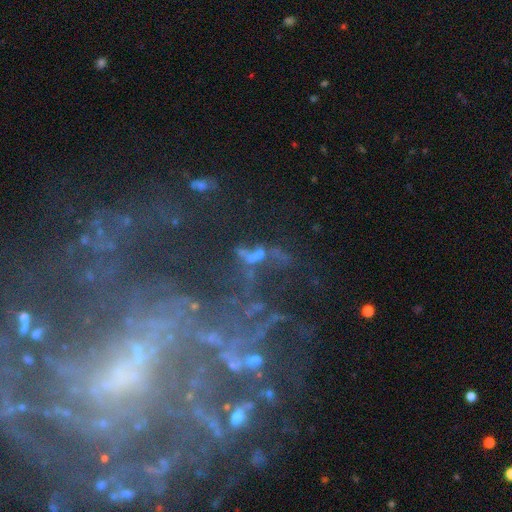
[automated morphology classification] Smooth or featured?
  - star or artifact: 41% *
  - featured or disk: 35%
  - smooth: 24%